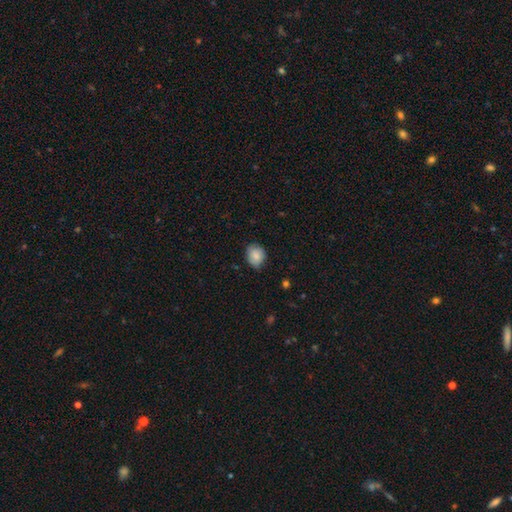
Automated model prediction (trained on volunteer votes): The model was most divided on "how rounded": round: 50%, in between: 49%, cigar-shaped: 1%. More confident: smooth or featured — smooth (84%); merging — none (71%).